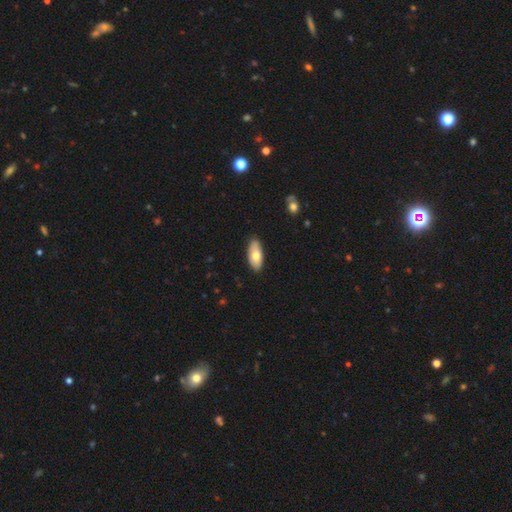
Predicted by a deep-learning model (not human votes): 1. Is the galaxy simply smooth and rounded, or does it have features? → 73% smooth, 22% featured or disk, 6% star or artifact.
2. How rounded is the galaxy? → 85% in between, 13% cigar-shaped, 2% round.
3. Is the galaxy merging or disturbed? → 87% none, 11% minor disturbance, 2% major disturbance, 1% merger.